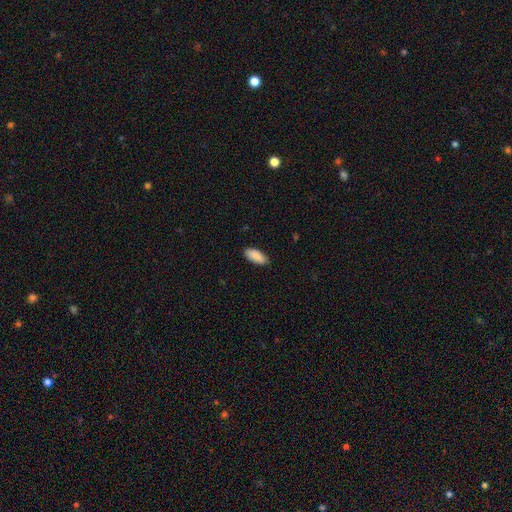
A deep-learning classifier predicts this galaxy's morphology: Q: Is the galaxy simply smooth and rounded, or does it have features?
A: smooth — 90%.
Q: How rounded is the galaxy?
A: in between — 86%.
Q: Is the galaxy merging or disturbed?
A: none — 86%.